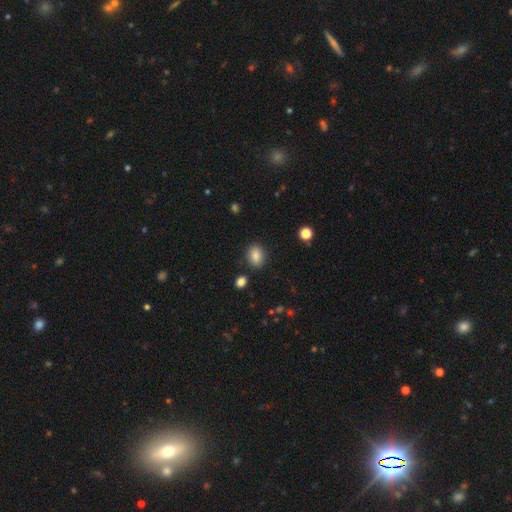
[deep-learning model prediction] Q: Smooth or featured?
A: smooth (86%); runner-up: star or artifact (9%)
Q: How rounded?
A: in between (68%); runner-up: round (31%)
Q: Merging?
A: none (85%); runner-up: minor disturbance (10%)